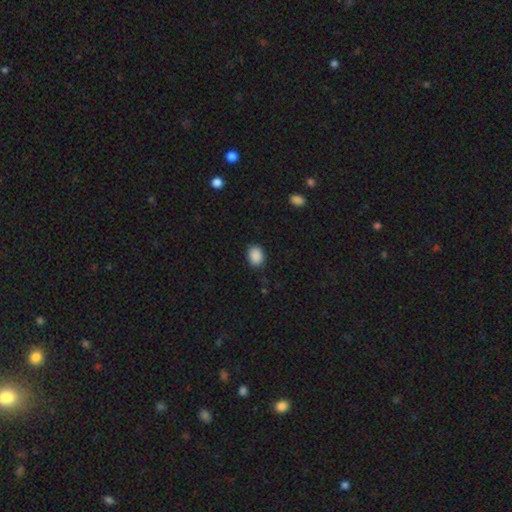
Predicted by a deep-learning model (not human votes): This is clearly a smooth galaxy (89%). How rounded: likely in between (66%). Merging: clearly none (88%).